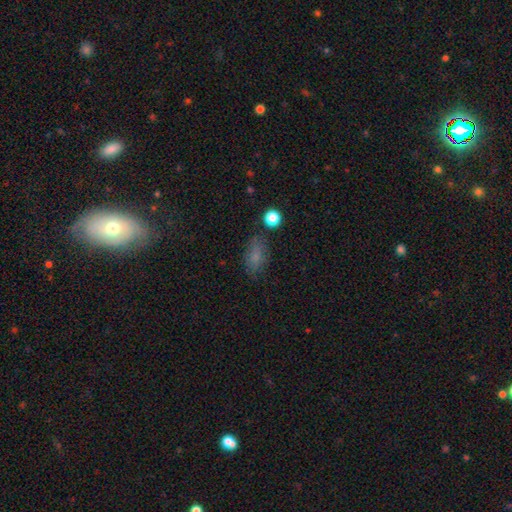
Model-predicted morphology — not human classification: smooth 76%, star or artifact 14%, featured or disk 10%. Down the decision tree: how rounded — in between (86%); merging — none (73%).